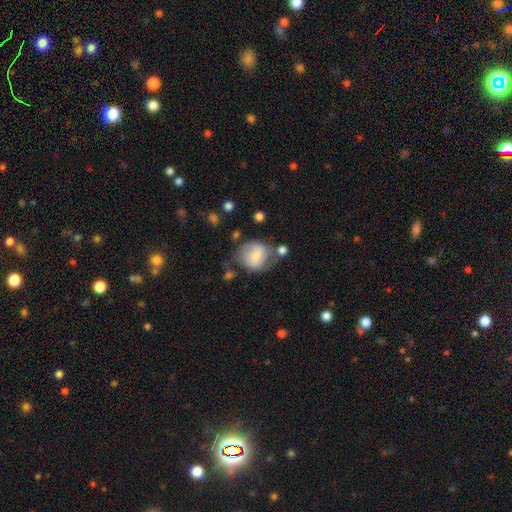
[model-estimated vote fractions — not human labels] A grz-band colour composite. It shows a smooth galaxy with no disk features (62%) that is round (65%). Merging: none (48%).